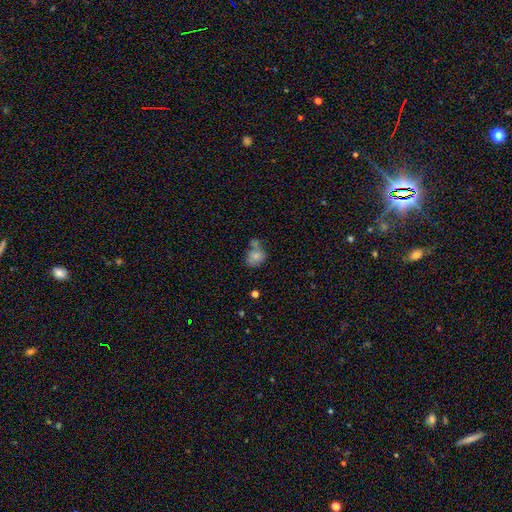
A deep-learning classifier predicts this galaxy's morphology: A smooth galaxy with no disk features (77%) that is in between round and cigar-shaped (56%).

Vote fractions:
- Smooth or featured? smooth: 77% / featured or disk: 13% / star or artifact: 10%
- How rounded? in between: 56% / round: 43% / cigar-shaped: 1%
- Merging? merger: 36% (tied) / none: 36% (tied) / minor disturbance: 19% / major disturbance: 9%